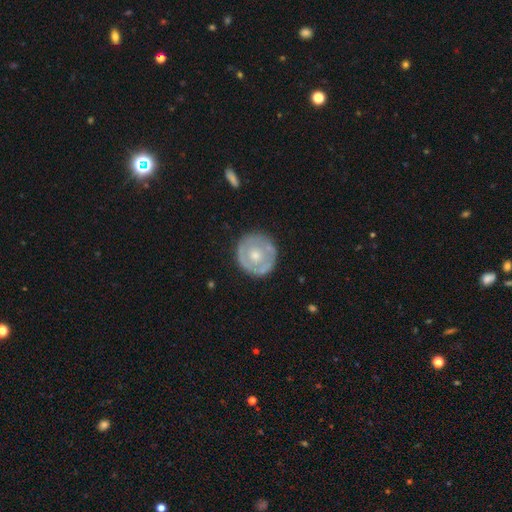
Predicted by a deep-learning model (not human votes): smooth_or_featured: featured or disk (p=0.51) [alt: smooth p=0.44]
disk_edge_on: no (p=0.96) [alt: yes p=0.04]
merging: none (p=0.81) [alt: minor disturbance p=0.13]